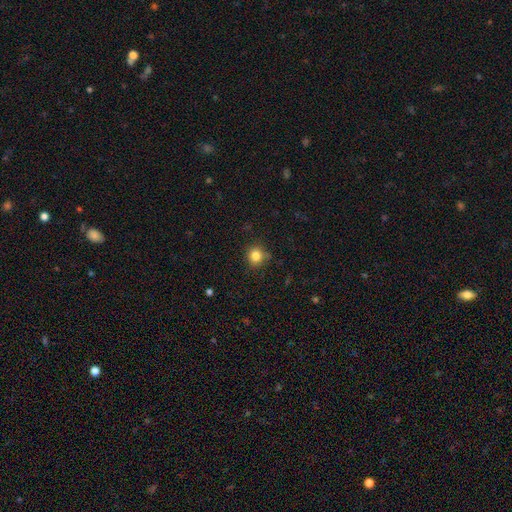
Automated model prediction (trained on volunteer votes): A smooth galaxy with no disk features (83%) that is round (90%). Merging: none (85%).